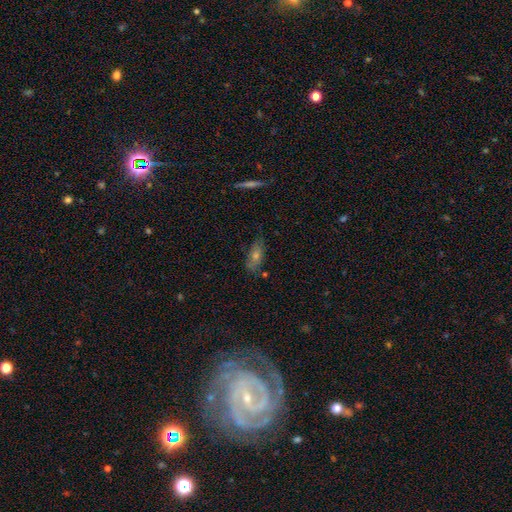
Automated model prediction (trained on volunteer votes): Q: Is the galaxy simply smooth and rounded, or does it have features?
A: smooth — 47%.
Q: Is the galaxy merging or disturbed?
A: none — 74%.